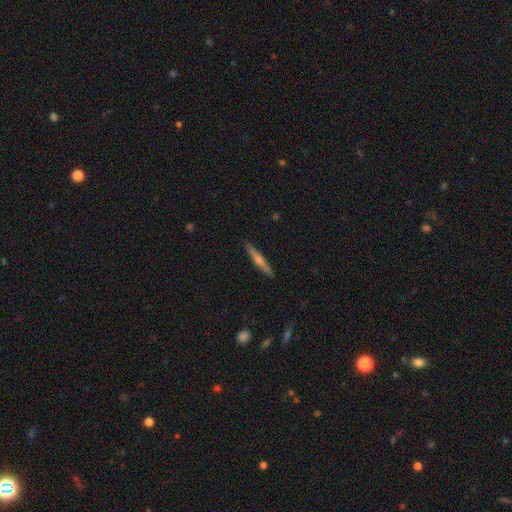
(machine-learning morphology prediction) A featured or disk galaxy (53%) viewed edge-on (97%) with a rounded central bulge (61%). Merging: none (90%).